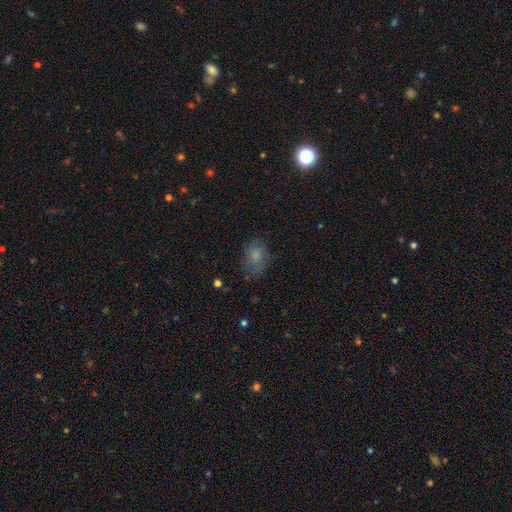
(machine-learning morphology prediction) This appears to be a smooth galaxy with no disk features (74%) that is in between round and cigar-shaped (71%). Merging: none (65%).